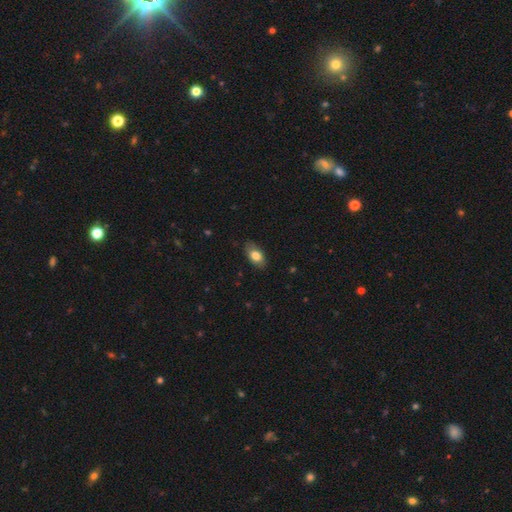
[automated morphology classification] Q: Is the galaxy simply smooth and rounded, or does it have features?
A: smooth — 79%.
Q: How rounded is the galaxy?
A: in between — 91%.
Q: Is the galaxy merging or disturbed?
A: none — 82%.